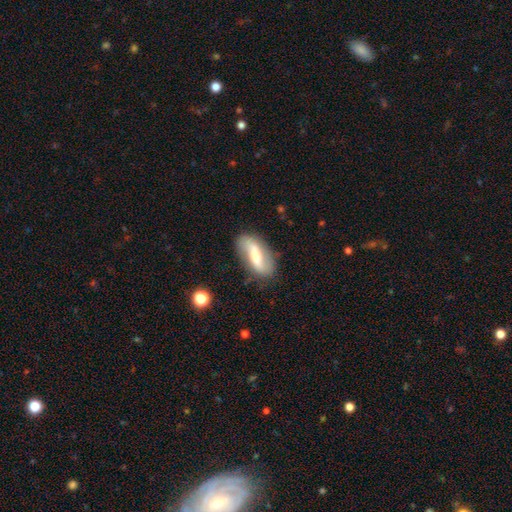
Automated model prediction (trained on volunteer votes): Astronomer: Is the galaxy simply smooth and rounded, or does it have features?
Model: featured or disk — 56% (runner-up: smooth, 37%).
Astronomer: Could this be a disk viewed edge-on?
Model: no — 87%.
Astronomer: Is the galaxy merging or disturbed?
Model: none — 77%.